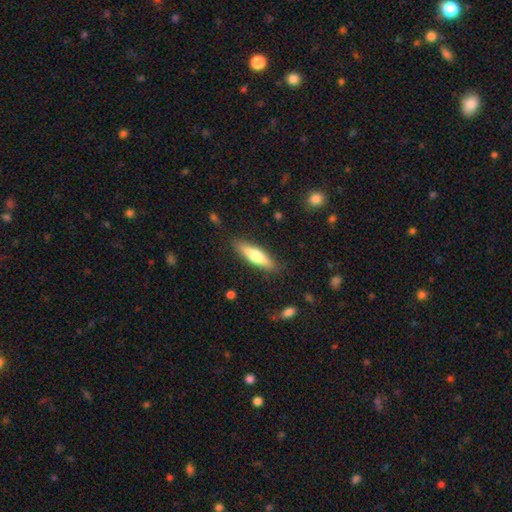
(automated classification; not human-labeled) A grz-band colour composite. It shows a smooth galaxy with no disk features (61%) that is cigar-shaped (70%). Merging: none (86%).